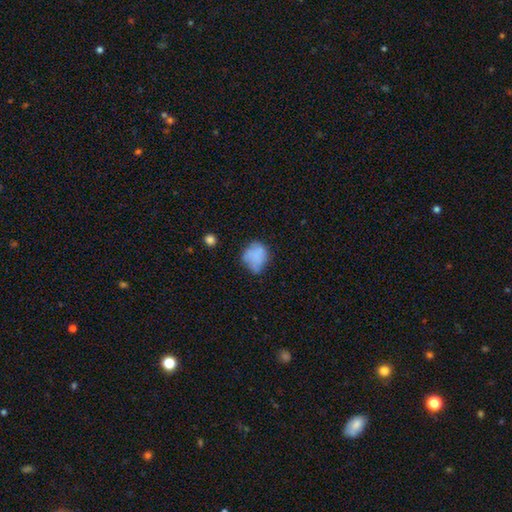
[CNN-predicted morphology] A smooth galaxy with no disk features (74%) that is round (56%).

Vote fractions:
- Smooth or featured? smooth: 74% / featured or disk: 16% / star or artifact: 10%
- How rounded? round: 56% / in between: 43% / cigar-shaped: 1%
- Merging? none: 45% / minor disturbance: 35% / major disturbance: 15% / merger: 4%